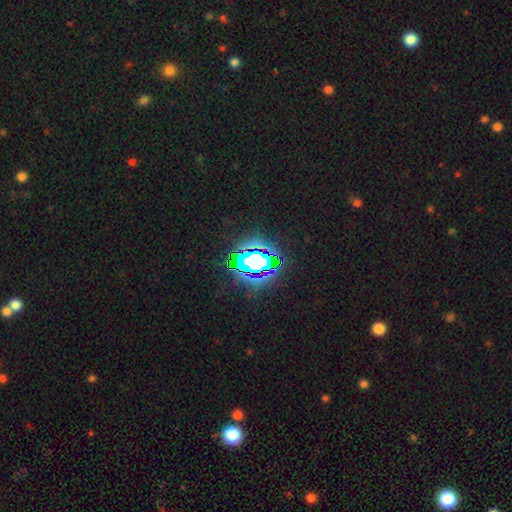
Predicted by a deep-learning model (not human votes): star or artifact 65%, smooth 18%, featured or disk 17%.